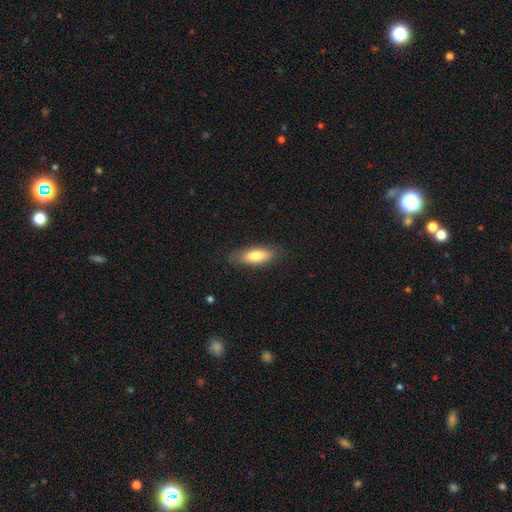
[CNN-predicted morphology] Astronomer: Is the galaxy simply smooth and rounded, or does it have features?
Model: smooth — 80%.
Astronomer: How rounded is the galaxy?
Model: in between — 70%.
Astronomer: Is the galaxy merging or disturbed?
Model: none — 80%.